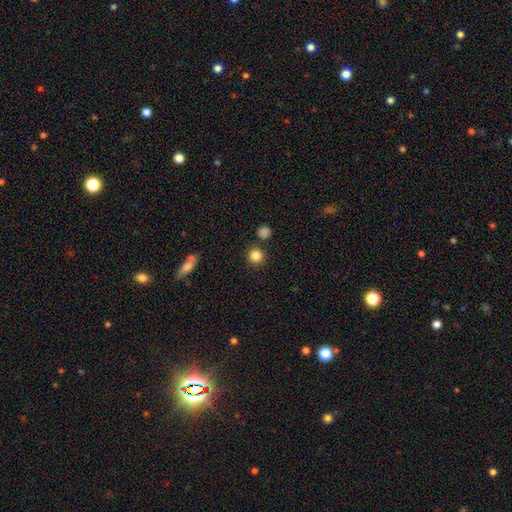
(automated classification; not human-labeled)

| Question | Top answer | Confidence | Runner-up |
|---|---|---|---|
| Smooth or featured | smooth | 84% | star or artifact (11%) |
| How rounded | round | 93% | in between (6%) |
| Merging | none | 85% | minor disturbance (7%) |